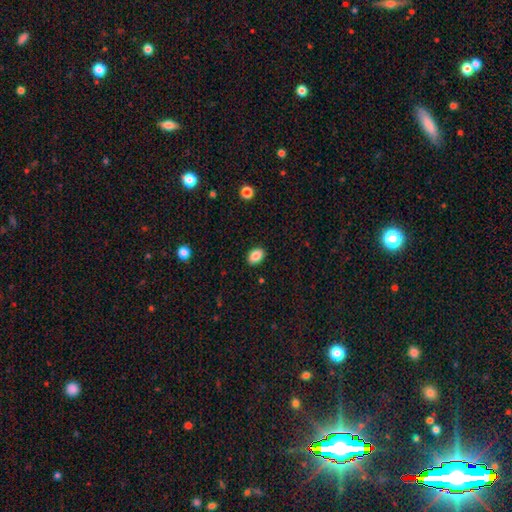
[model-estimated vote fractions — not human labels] This is clearly a smooth galaxy (86%). How rounded: likely in between (79%). Merging: clearly none (89%).